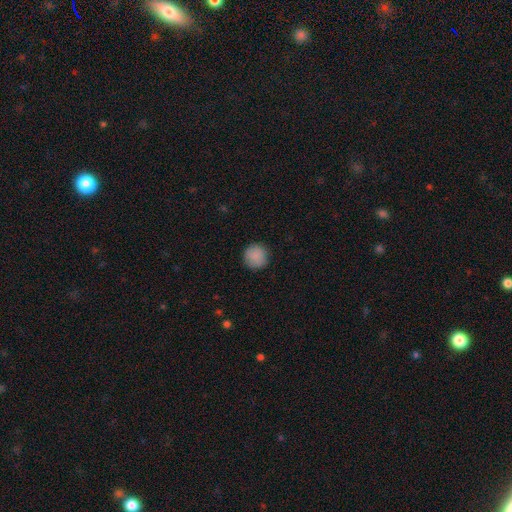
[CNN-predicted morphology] smooth_or_featured: smooth (p=0.88) [alt: star or artifact p=0.08]
how_rounded: round (p=0.95) [alt: in between p=0.04]
merging: none (p=0.90) [alt: minor disturbance p=0.07]